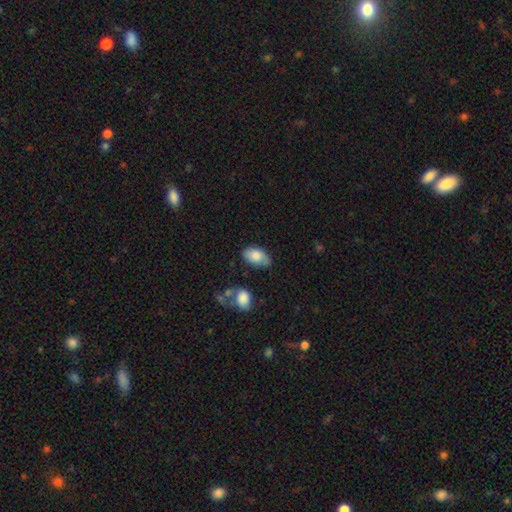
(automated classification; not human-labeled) Morphology: type=smooth (82%); roundness=in between (93%); merging=none (60%).